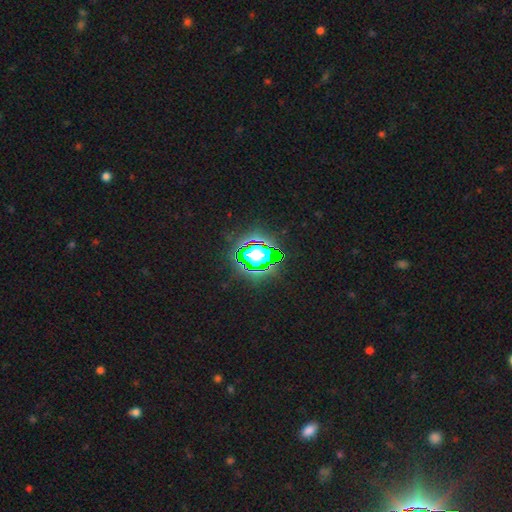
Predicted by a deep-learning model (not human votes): Q: Smooth or featured?
A: star or artifact (74%); runner-up: smooth (14%)